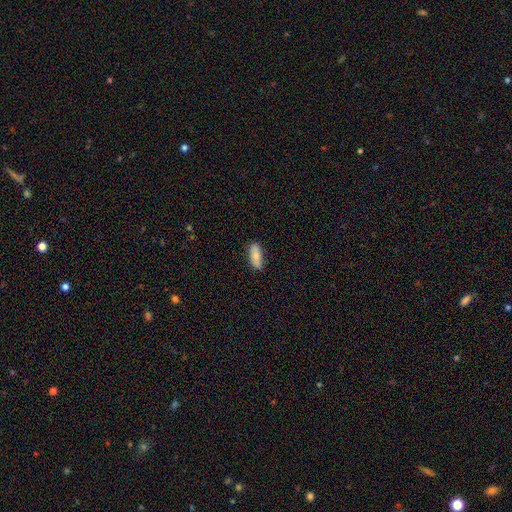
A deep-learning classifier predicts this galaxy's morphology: Smooth or featured?
  - smooth: 77% *
  - featured or disk: 17%
  - star or artifact: 6%
How rounded?
  - in between: 72% *
  - cigar-shaped: 26%
  - round: 3%
Merging?
  - none: 85% *
  - minor disturbance: 12%
  - major disturbance: 2%
  - merger: 1%